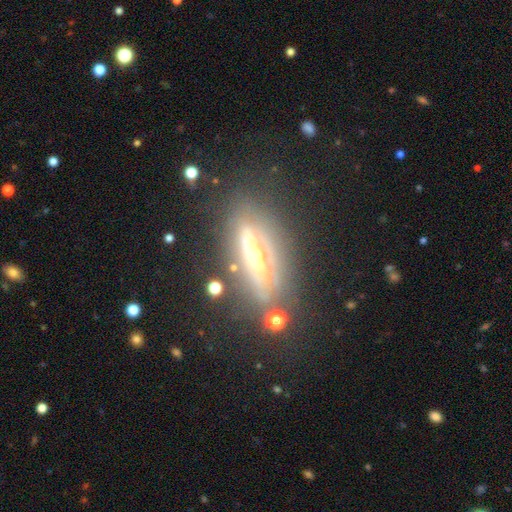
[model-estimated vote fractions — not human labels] The model was most divided on "edge-on disk": yes: 53%, no: 47%. More confident: smooth or featured — featured or disk (74%); merging — none (70%).